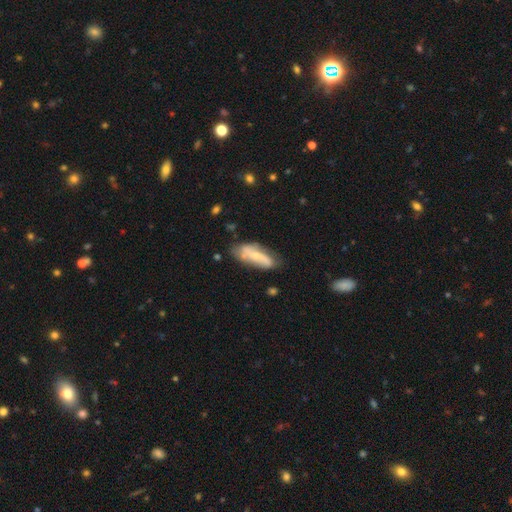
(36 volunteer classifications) Morphology: type=featured or disk (53%); edge-on=no (84%); bar=weak (62%); spiral arms=yes (75%); winding=loose (50%); arm count=2 (92%); bulge=small (69%); merging=none (63%).